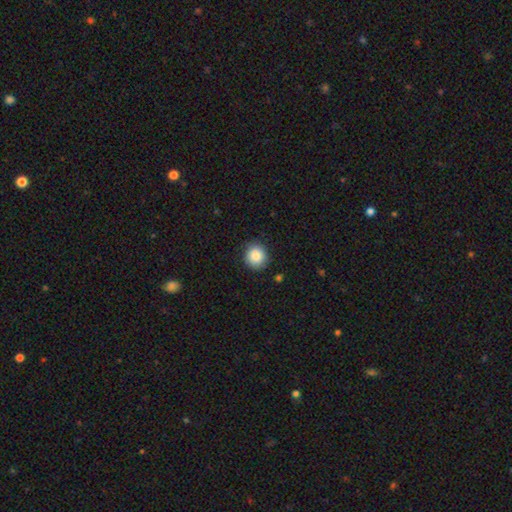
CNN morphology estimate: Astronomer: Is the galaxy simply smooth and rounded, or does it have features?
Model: smooth — 87%.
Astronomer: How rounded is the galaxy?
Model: round — 88%.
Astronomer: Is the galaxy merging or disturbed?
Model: none — 86%.